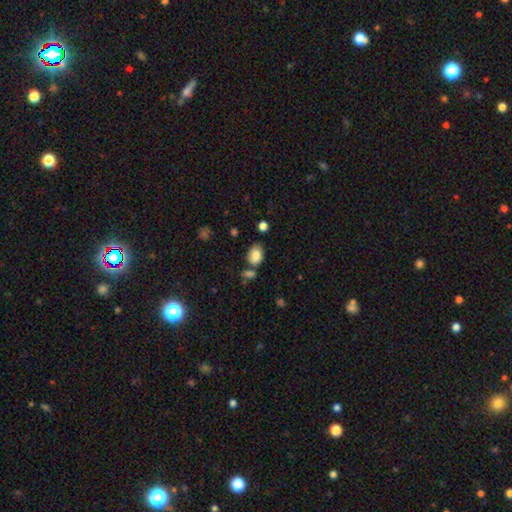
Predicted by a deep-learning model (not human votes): smooth_or_featured: smooth (p=0.85) [alt: star or artifact p=0.09]
how_rounded: in between (p=0.76) [alt: round p=0.23]
merging: none (p=0.57) [alt: minor disturbance p=0.19]